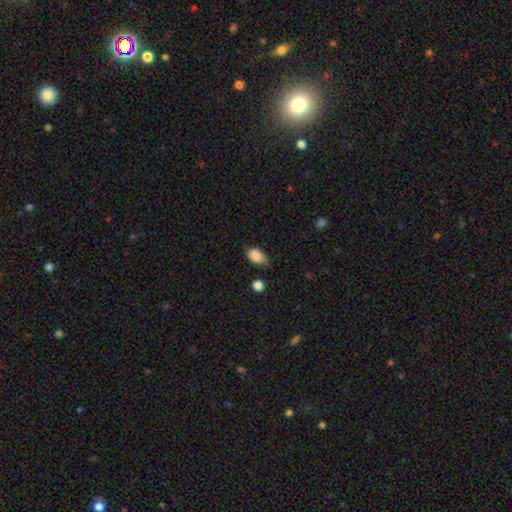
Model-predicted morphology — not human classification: A smooth galaxy with no disk features (86%) that is in between round and cigar-shaped (85%). Merging: none (53%).